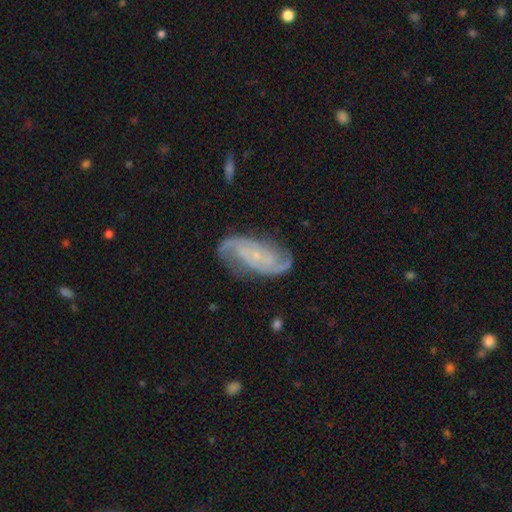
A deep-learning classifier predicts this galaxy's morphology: A featured or disk galaxy (87%) with no bar (63%), 2 (72%) medium (43%) spiral arms (97%) and a small central bulge (80%). Merging: none (77%).